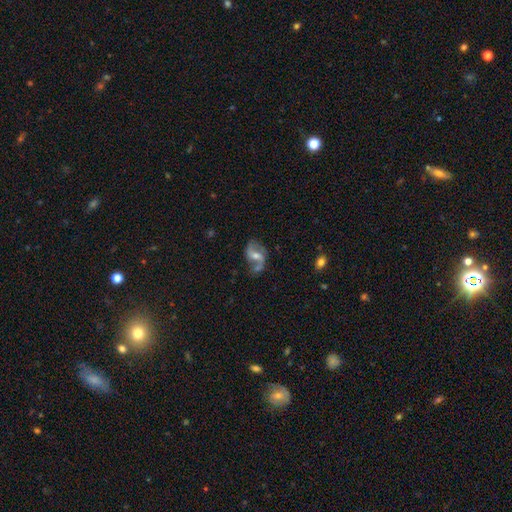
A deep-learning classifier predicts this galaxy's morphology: Smooth or featured? featured or disk (78%)
Edge-on disk? no (97%)
Bar? weak (47%)
Spiral arms? yes (91%)
Spiral winding? loose (59%)
Spiral arm count? 2 (86%)
Bulge size? moderate (60%)
Merging? none (56%)